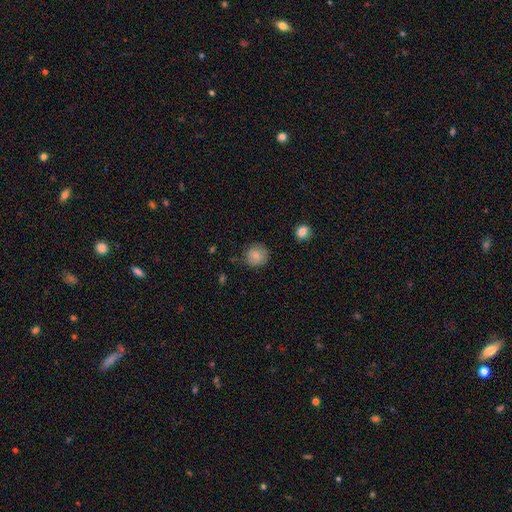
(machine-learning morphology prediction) Overall: smooth (84%). How rounded: round (91%). Merging: none (83%).